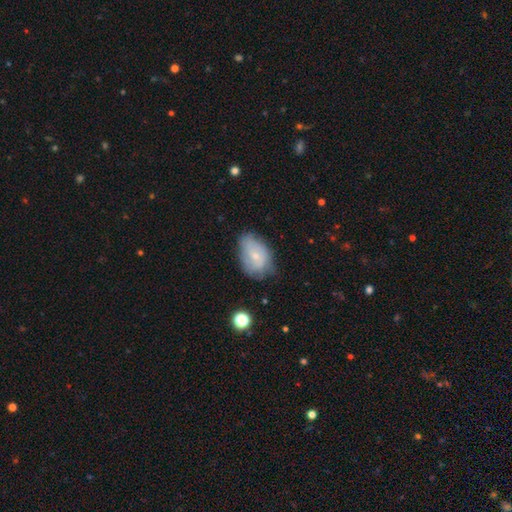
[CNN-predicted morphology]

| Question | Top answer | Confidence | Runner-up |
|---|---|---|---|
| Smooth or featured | smooth | 51% | featured or disk (41%) |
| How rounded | in between | 85% | round (13%) |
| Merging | none | 54% | minor disturbance (33%) |